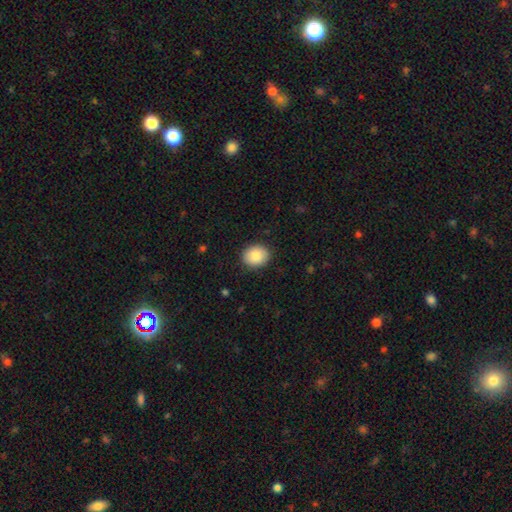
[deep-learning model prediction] Smooth or featured? smooth (85%)
How rounded? round (60%)
Merging? none (89%)